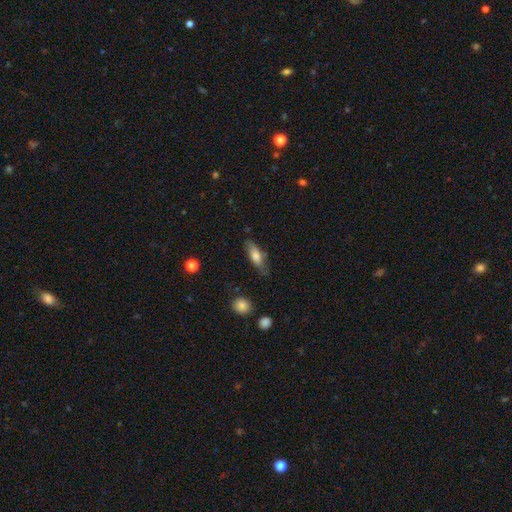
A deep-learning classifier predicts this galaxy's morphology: smooth-or-featured: smooth: 68% | featured or disk: 25% | star or artifact: 7%
  how-rounded: in between: 61% | cigar-shaped: 36% | round: 3%
  merging: none: 71% | minor disturbance: 21% | major disturbance: 5% | merger: 2%